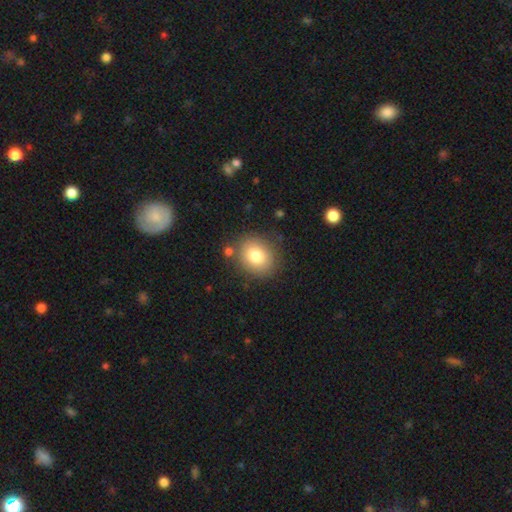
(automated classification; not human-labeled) Overall: smooth (81%). How rounded: round (60%; in between 39%). Merging: none (82%).